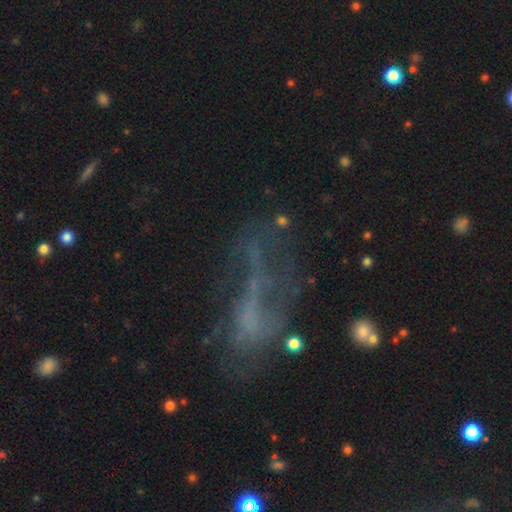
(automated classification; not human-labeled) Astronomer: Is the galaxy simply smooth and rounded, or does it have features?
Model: featured or disk — 48% (runner-up: smooth, 26%).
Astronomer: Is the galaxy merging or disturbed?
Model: major disturbance — 40% (runner-up: none, 34%).